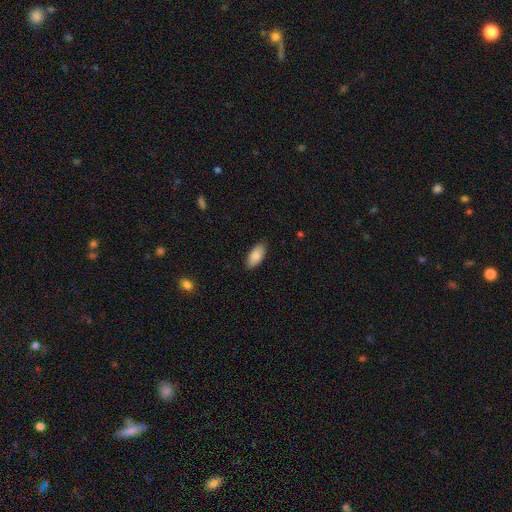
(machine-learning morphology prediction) A smooth galaxy with no disk features (88%) that is in between round and cigar-shaped (92%).

Vote fractions:
- Smooth or featured? smooth: 88% / star or artifact: 6% / featured or disk: 6%
- How rounded? in between: 92% / cigar-shaped: 6% / round: 2%
- Merging? none: 88% / minor disturbance: 9% / major disturbance: 2% / merger: 1%